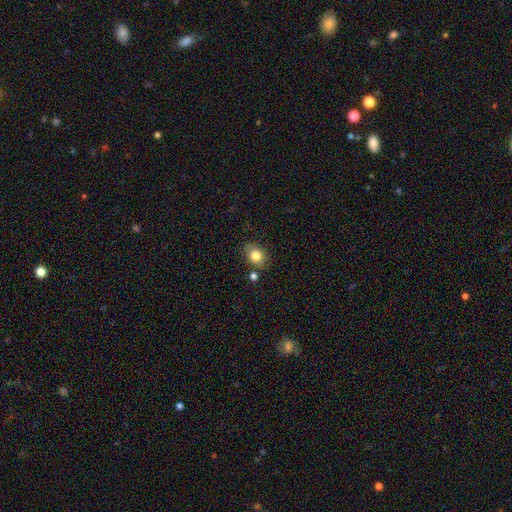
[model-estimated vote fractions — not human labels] smooth_or_featured: smooth (p=0.81) [alt: star or artifact p=0.10]
how_rounded: in between (p=0.50) [alt: round p=0.49]
merging: none (p=0.73) [alt: minor disturbance p=0.15]